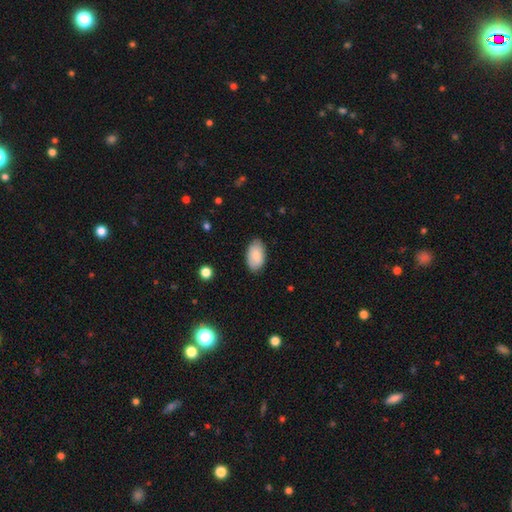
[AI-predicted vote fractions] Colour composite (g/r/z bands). It shows a smooth galaxy with no disk features (85%) that is in between round and cigar-shaped (95%). Merging: none (84%).